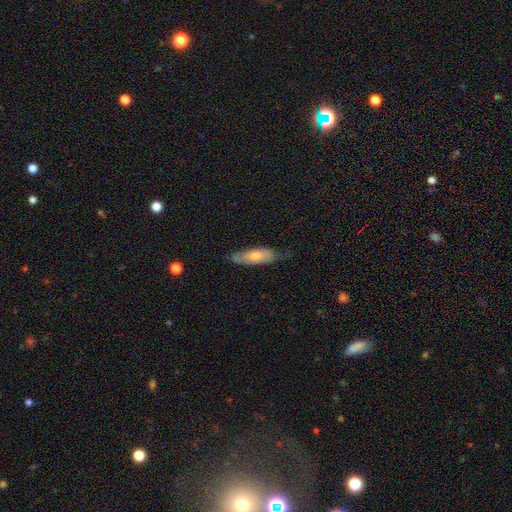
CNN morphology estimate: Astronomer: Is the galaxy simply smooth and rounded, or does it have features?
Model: smooth — 57% (runner-up: featured or disk, 38%).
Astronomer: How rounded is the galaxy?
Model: in between — 52% (runner-up: cigar-shaped, 47%).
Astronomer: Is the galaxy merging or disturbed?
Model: none — 63%.